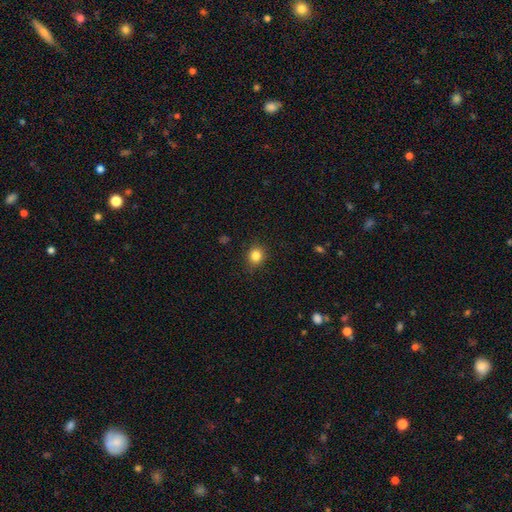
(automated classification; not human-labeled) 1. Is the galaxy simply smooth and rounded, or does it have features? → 83% smooth, 11% star or artifact, 5% featured or disk.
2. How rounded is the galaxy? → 80% round, 19% in between, 1% cigar-shaped.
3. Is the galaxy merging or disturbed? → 87% none, 10% minor disturbance, 2% major disturbance, 1% merger.